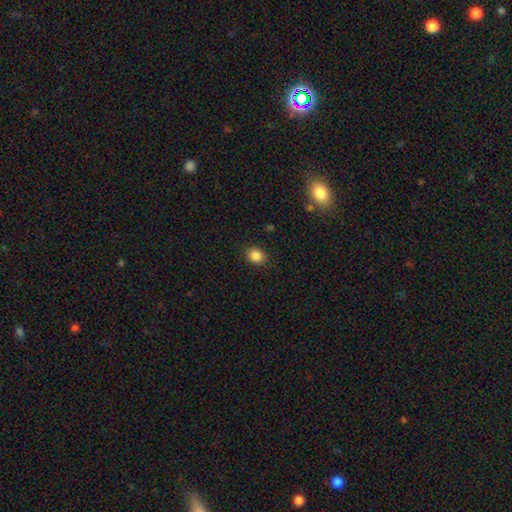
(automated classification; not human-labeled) smooth 85%, star or artifact 10%, featured or disk 4%. Down the decision tree: how rounded — round (58%); merging — none (87%).